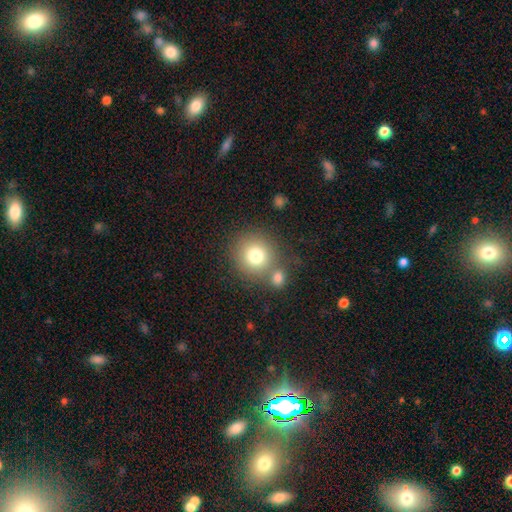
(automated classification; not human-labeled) smooth_or_featured: smooth (p=0.77) [alt: featured or disk p=0.12]
how_rounded: round (p=0.91) [alt: in between p=0.09]
merging: none (p=0.65) [alt: merger p=0.21]